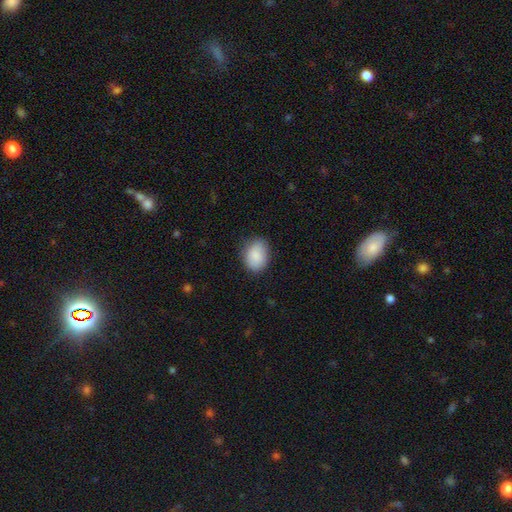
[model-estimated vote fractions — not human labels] smooth 87%, star or artifact 7%, featured or disk 6%. Down the decision tree: how rounded — in between (69%); merging — none (81%).